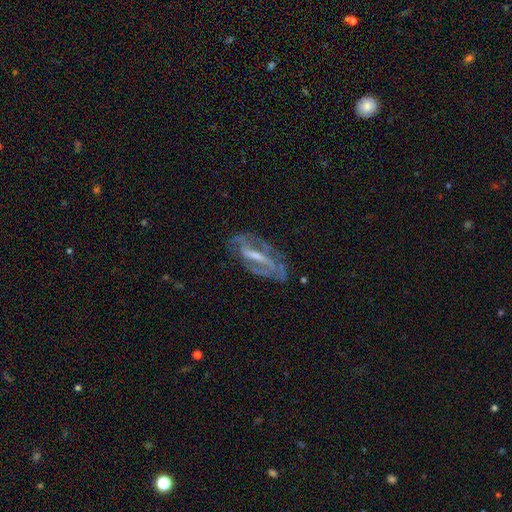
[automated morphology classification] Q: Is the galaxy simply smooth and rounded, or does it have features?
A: featured or disk — 77%.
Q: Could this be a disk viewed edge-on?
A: no — 79%.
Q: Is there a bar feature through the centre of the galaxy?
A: strong — 54%.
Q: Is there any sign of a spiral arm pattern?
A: yes — 77%.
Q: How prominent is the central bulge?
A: small — 44%.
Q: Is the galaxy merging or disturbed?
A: none — 71%.